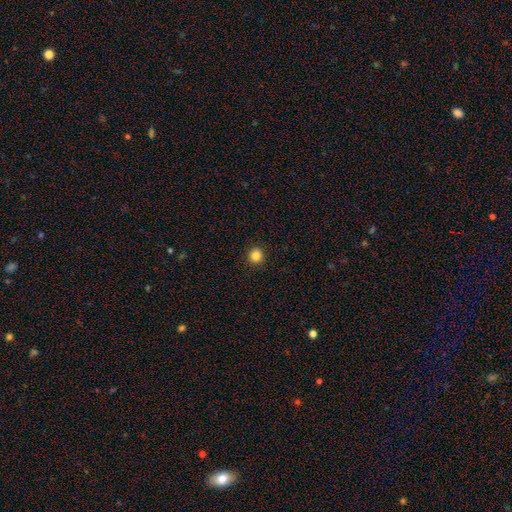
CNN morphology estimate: smooth-or-featured: smooth: 85% | star or artifact: 11% | featured or disk: 4%
  how-rounded: round: 92% | in between: 7% | cigar-shaped: 1%
  merging: none: 93% | minor disturbance: 5% | major disturbance: 2% | merger: 1%